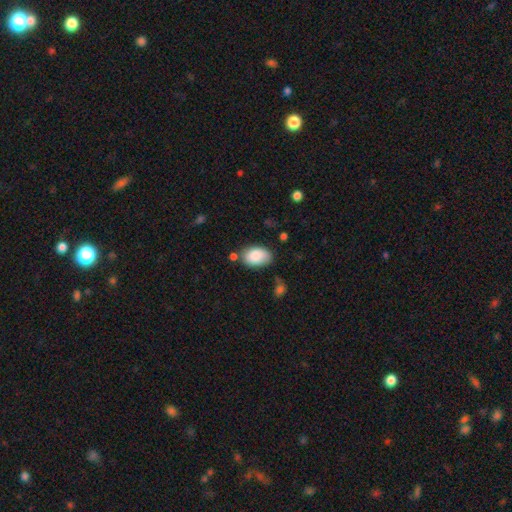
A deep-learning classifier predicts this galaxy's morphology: Smooth or featured? Predicted: smooth (p=0.86). How rounded? Predicted: in between (p=0.90). Merging? Predicted: none (p=0.69).